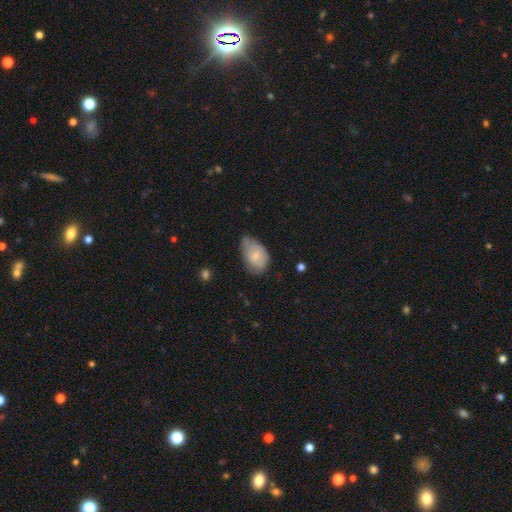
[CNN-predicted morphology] Smooth or featured? smooth (68%)
How rounded? in between (89%)
Merging? minor disturbance (45%)